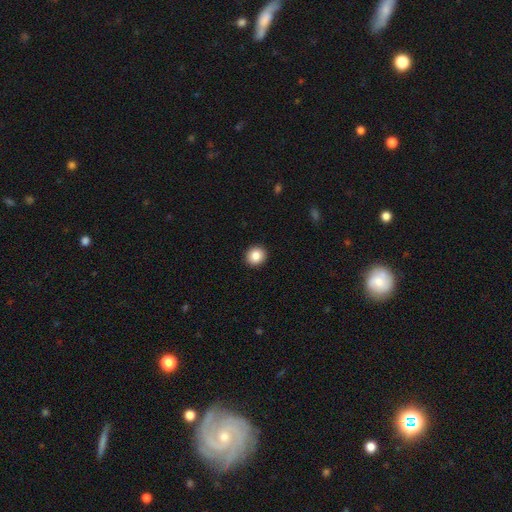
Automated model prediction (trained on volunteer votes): Q: Smooth or featured?
A: smooth (86%); runner-up: star or artifact (9%)
Q: How rounded?
A: round (91%); runner-up: in between (9%)
Q: Merging?
A: none (93%); runner-up: minor disturbance (4%)